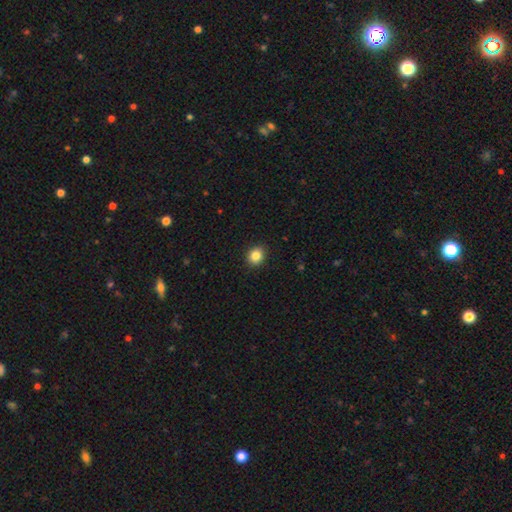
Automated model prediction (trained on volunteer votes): The model was most divided on "how rounded": round: 70%, in between: 30%, cigar-shaped: 1%. More confident: merging — none (90%); smooth or featured — smooth (85%).